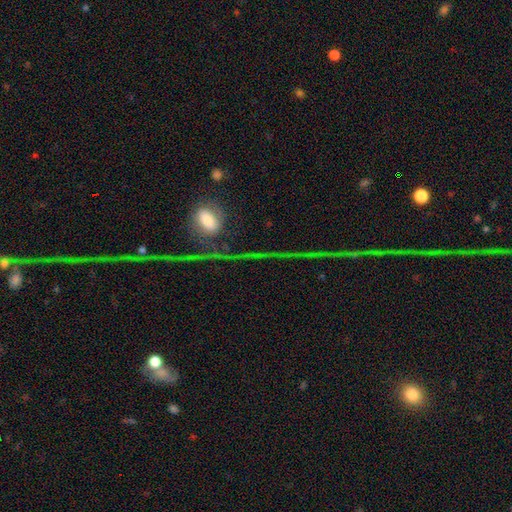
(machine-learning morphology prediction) This is likely a star or artifact rather than a galaxy (66%).